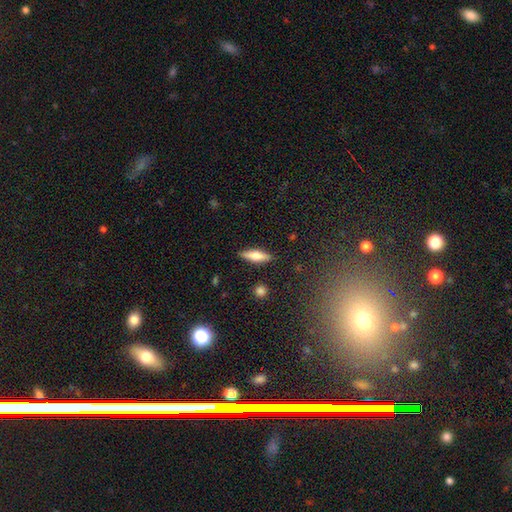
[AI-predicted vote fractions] Morphology: type=smooth (58%); roundness=cigar-shaped (59%); merging=none (88%).